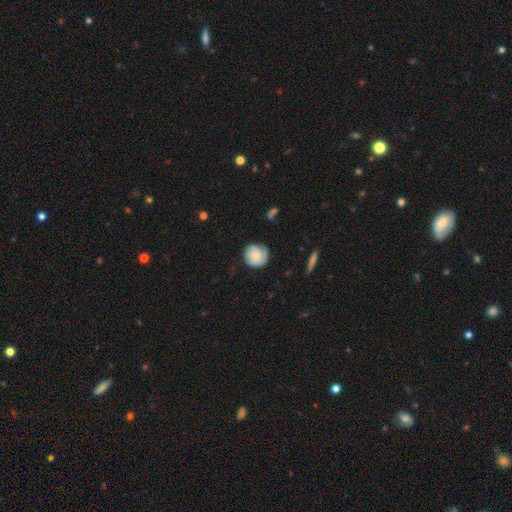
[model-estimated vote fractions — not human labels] Overall: featured or disk (48%; smooth 46%). Merging: none (73%).